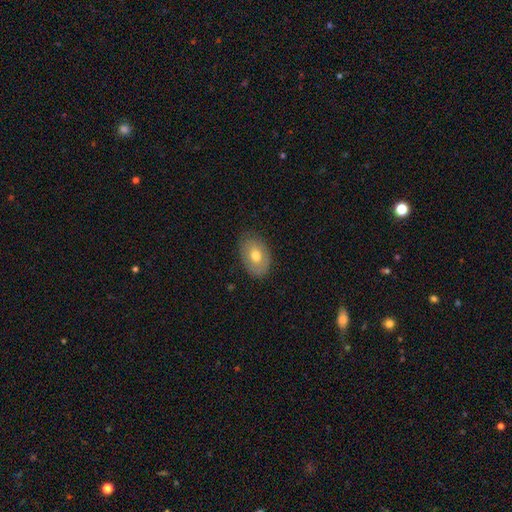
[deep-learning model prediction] A smooth galaxy with no disk features (68%) that is in between round and cigar-shaped (82%).

Vote fractions:
- Smooth or featured? smooth: 68% / featured or disk: 25% / star or artifact: 7%
- How rounded? in between: 82% / round: 17% / cigar-shaped: 1%
- Merging? none: 79% / minor disturbance: 17% / major disturbance: 4% / merger: 1%